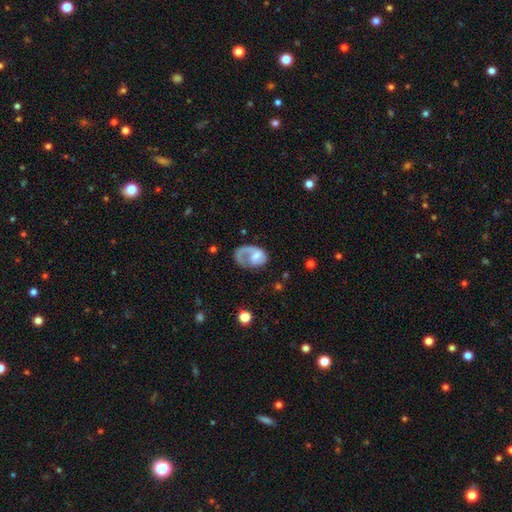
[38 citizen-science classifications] Smooth or featured: featured or disk — 66% (smooth — 29%)
Edge-on disk: no — 100%
Bar: no — 60% (weak — 40%)
Spiral arms: yes — 88% (no — 12%)
Spiral winding: medium — 59% (loose — 27%)
Spiral arm count: 1 — 91% (2 — 5%)
Bulge size: small — 48% (none — 28%)
Merging: none — 47% (major disturbance — 42%)